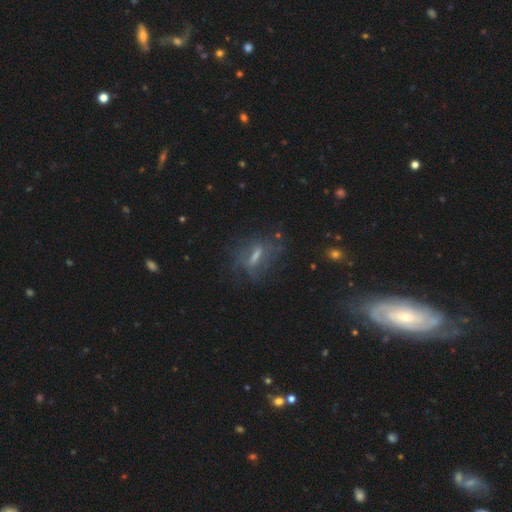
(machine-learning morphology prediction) Smooth or featured: featured or disk — 53% (smooth — 30%)
Edge-on disk: no — 72% (yes — 28%)
Merging: none — 62% (minor disturbance — 19%)